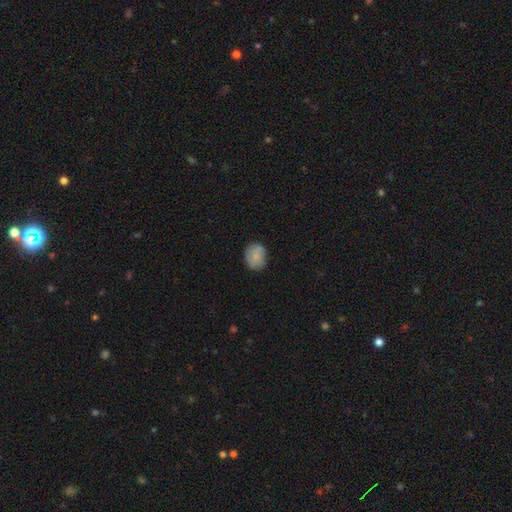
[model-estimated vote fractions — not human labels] This is likely a smooth galaxy (72%). How rounded: possibly round (57%). Merging: likely none (73%).